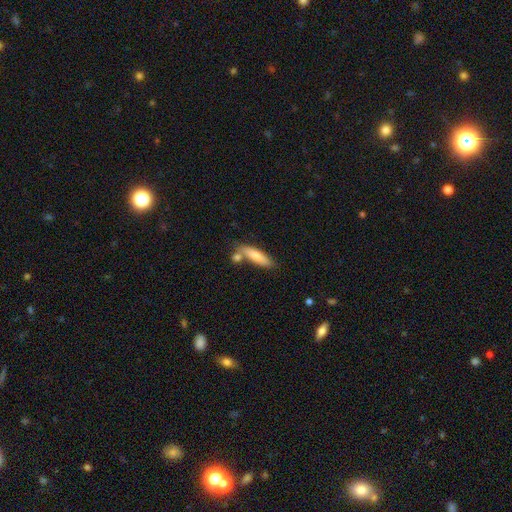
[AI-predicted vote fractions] This appears to be a smooth galaxy with no disk features (73%) that is cigar-shaped (69%). Merging: none (62%).